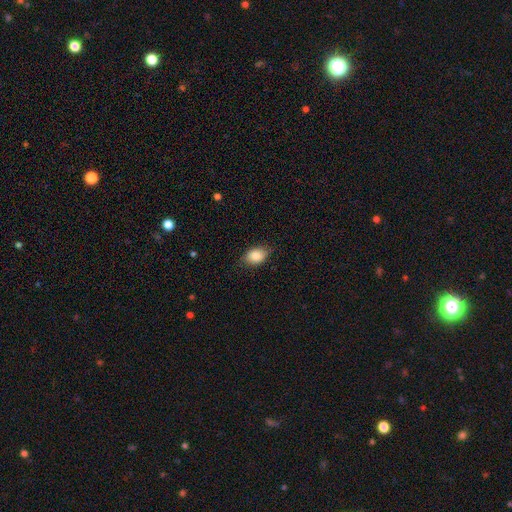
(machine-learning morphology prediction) A smooth galaxy with no disk features (85%) that is in between round and cigar-shaped (80%). Merging: none (80%).